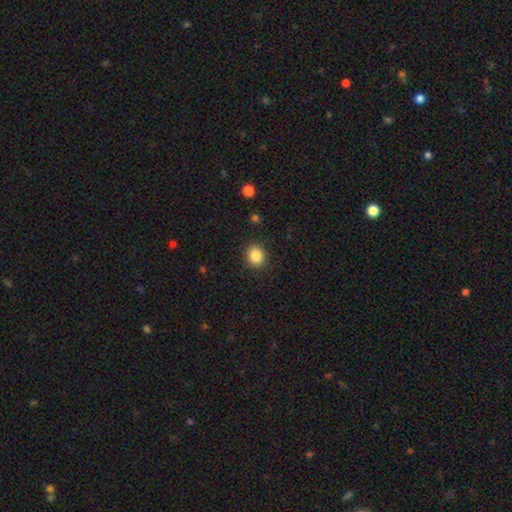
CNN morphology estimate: This is clearly a smooth galaxy (86%). How rounded: likely round (64%). Merging: clearly none (88%).